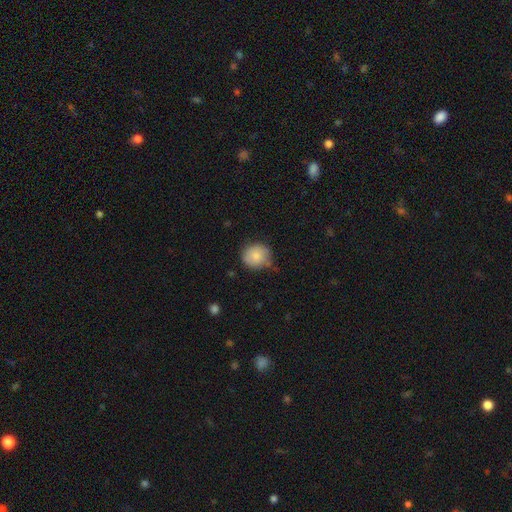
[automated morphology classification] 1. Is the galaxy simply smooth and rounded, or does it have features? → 83% smooth, 9% featured or disk, 7% star or artifact.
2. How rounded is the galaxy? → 85% round, 14% in between, 1% cigar-shaped.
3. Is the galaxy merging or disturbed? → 72% none, 21% minor disturbance, 4% major disturbance, 3% merger.